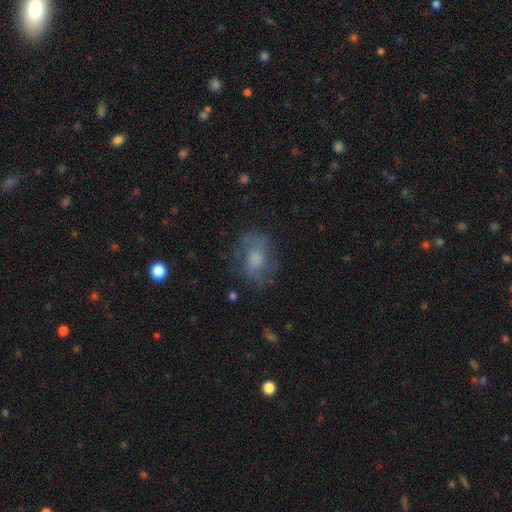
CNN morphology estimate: The model was most divided on "smooth or featured": smooth: 48%, featured or disk: 40%, star or artifact: 12%. More confident: merging — none (63%).